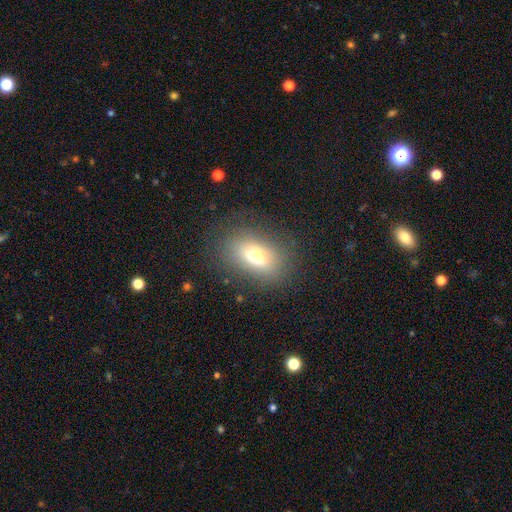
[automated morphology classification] Overall: smooth (67%). How rounded: in between (76%). Merging: none (78%).